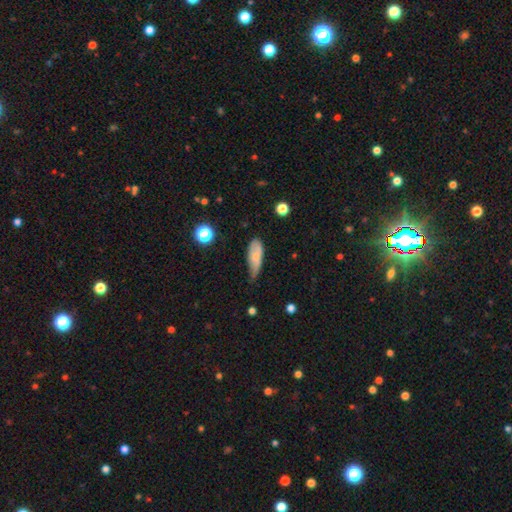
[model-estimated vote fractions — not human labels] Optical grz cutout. It shows a smooth galaxy with no disk features (73%) that is in between round and cigar-shaped (75%). Merging: minor disturbance (47%).